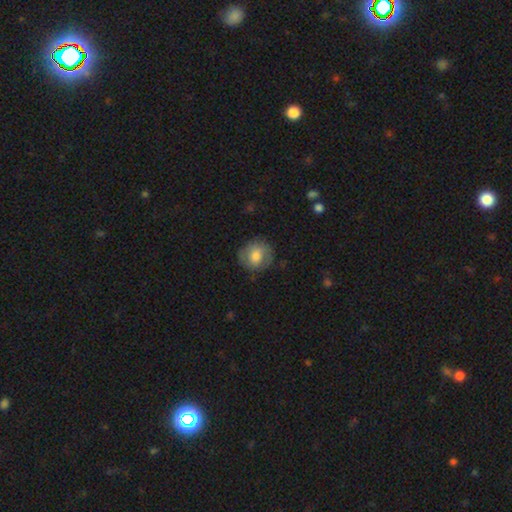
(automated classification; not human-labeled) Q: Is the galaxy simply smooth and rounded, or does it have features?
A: smooth — 67%.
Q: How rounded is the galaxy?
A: round — 80%.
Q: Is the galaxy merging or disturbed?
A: none — 75%.